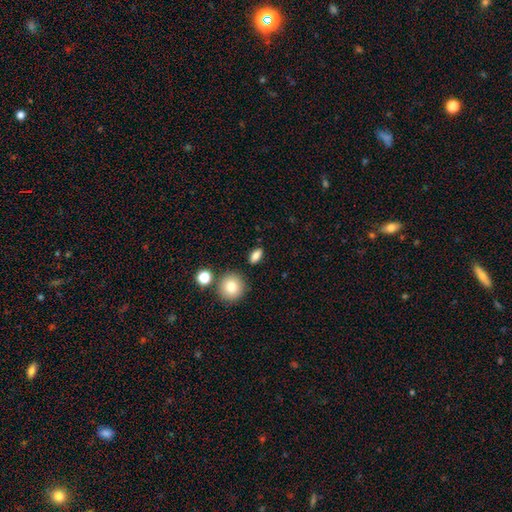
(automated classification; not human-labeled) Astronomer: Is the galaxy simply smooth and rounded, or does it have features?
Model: smooth — 82%.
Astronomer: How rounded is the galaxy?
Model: in between — 73%.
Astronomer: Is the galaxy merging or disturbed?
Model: none — 85%.